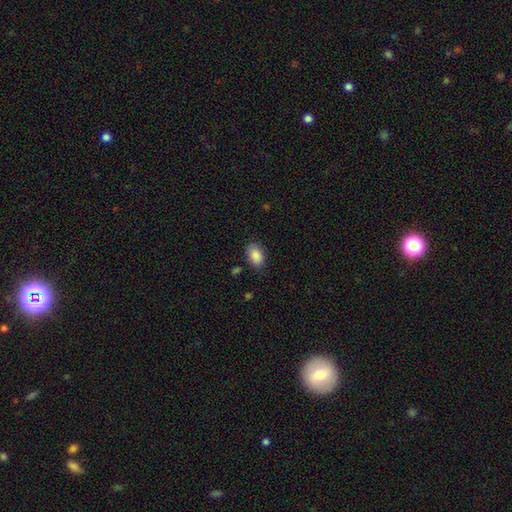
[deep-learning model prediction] Overall: smooth (88%). How rounded: in between (87%). Merging: none (80%).